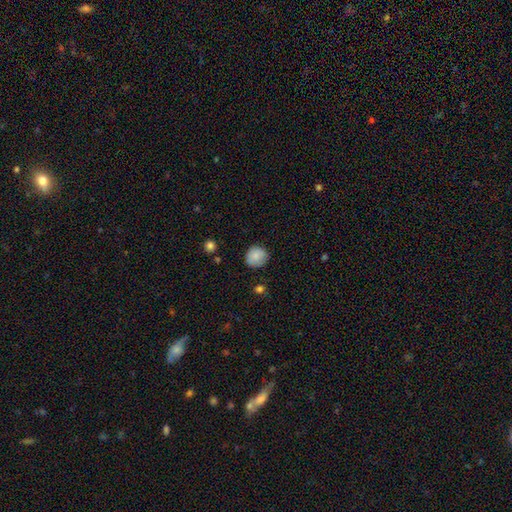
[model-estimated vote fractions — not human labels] Morphology: type=smooth (86%); roundness=round (89%); merging=none (84%).